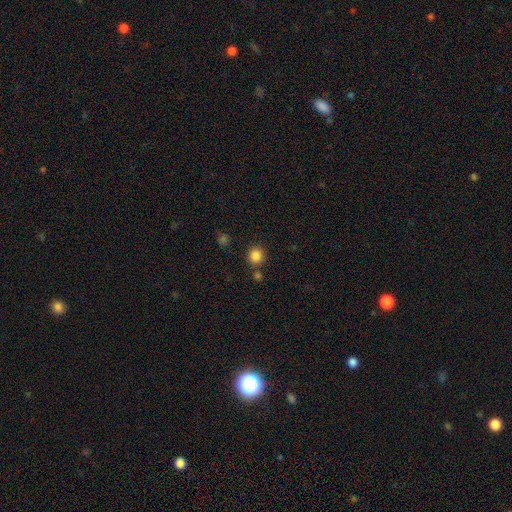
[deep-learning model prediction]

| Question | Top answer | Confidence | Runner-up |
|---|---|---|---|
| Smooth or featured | smooth | 85% | star or artifact (12%) |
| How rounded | round | 91% | in between (8%) |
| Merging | none | 81% | merger (8%) |